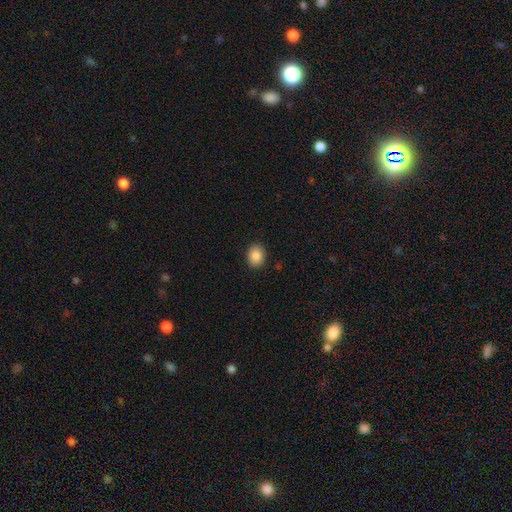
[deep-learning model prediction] Morphology: type=smooth (88%); roundness=round (50%); merging=none (90%).